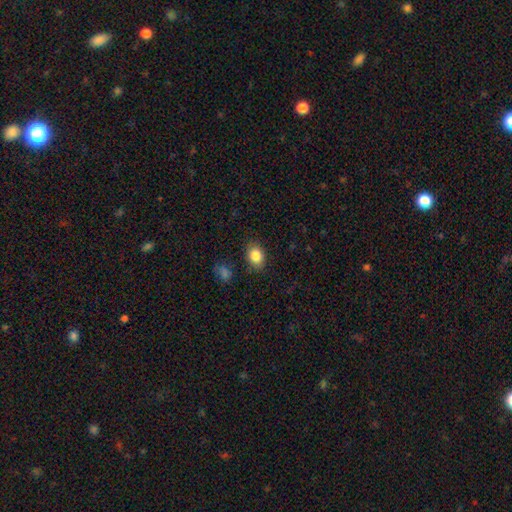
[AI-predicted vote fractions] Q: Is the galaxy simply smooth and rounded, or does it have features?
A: smooth — 85%.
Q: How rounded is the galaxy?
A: in between — 68%.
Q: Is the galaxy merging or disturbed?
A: none — 85%.